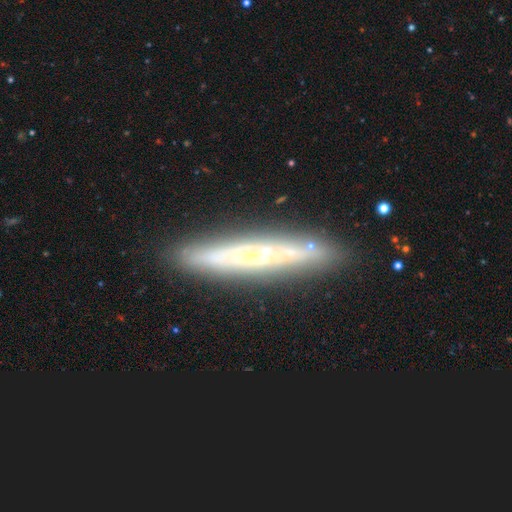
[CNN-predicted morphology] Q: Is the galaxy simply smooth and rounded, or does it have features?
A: featured or disk — 73%.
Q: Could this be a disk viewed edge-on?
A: yes — 81%.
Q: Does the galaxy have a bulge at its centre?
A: none — 60%.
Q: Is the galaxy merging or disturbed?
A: none — 85%.